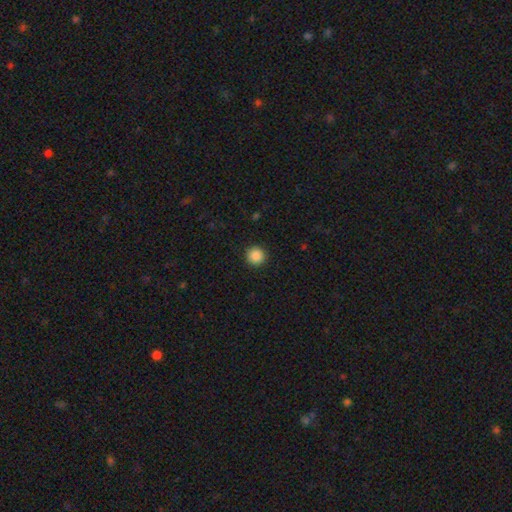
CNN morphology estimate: smooth-or-featured: smooth: 88% | star or artifact: 10% | featured or disk: 3%
  how-rounded: round: 95% | in between: 4% | cigar-shaped: 1%
  merging: none: 93% | minor disturbance: 5% | major disturbance: 2% | merger: 1%